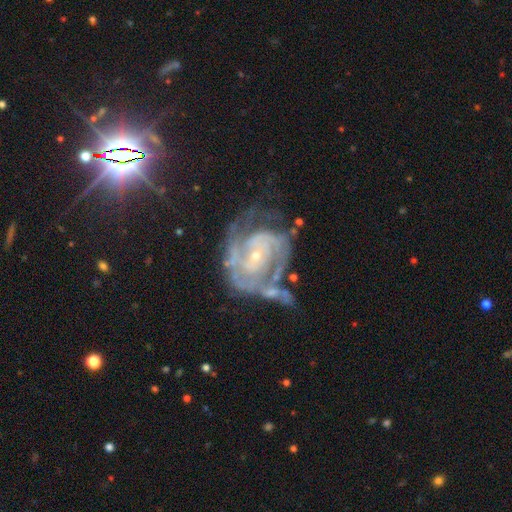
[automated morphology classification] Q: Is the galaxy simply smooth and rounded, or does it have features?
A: featured or disk — 86%.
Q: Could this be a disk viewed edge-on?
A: no — 97%.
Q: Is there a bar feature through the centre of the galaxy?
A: no — 65%.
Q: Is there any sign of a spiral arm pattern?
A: yes — 93%.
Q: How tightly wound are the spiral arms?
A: tight — 58%.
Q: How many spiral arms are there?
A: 2 — 42%.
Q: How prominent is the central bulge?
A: small — 78%.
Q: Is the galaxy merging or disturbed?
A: none — 36%.